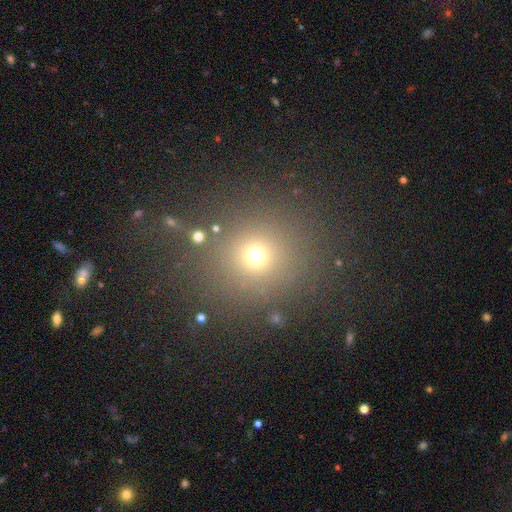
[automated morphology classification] A smooth galaxy with no disk features (67%) that is round (88%).

Vote fractions:
- Smooth or featured? smooth: 67% / star or artifact: 24% / featured or disk: 9%
- How rounded? round: 88% / in between: 11% / cigar-shaped: 1%
- Merging? none: 82% / minor disturbance: 9% / major disturbance: 5% / merger: 4%